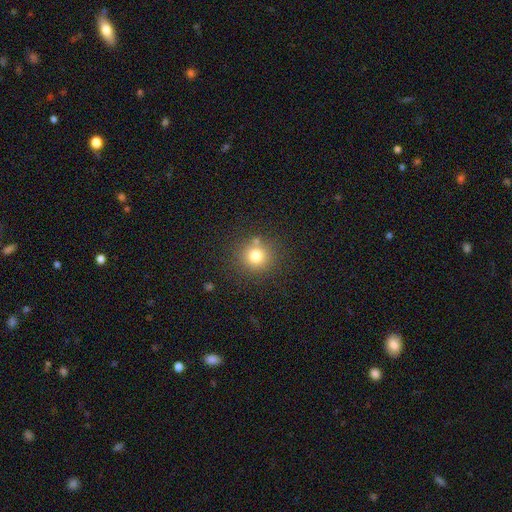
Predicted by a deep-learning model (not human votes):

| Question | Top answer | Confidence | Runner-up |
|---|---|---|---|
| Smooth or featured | smooth | 78% | star or artifact (14%) |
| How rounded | round | 92% | in between (7%) |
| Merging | none | 79% | minor disturbance (10%) |